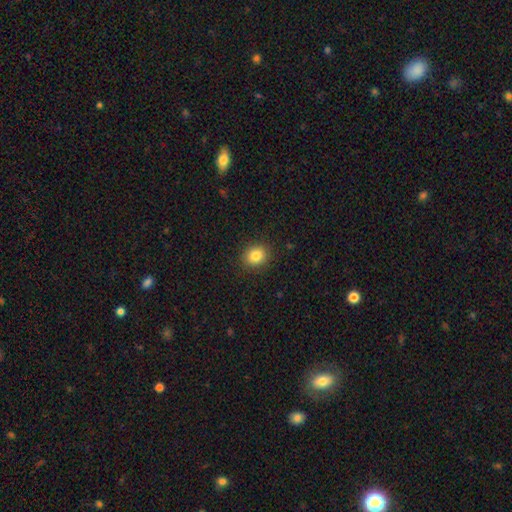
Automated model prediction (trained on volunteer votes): Smooth or featured?
  - smooth: 85% *
  - star or artifact: 10%
  - featured or disk: 5%
How rounded?
  - round: 69% *
  - in between: 30%
  - cigar-shaped: 1%
Merging?
  - none: 89% *
  - minor disturbance: 7%
  - major disturbance: 2%
  - merger: 1%